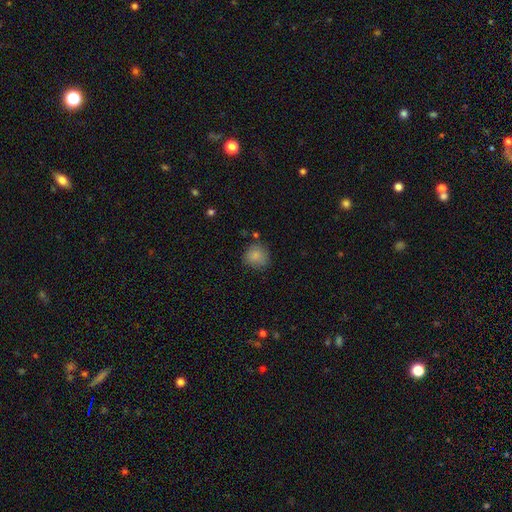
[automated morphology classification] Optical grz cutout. It shows a smooth galaxy with no disk features (84%) that is round (85%). Merging: none (73%).